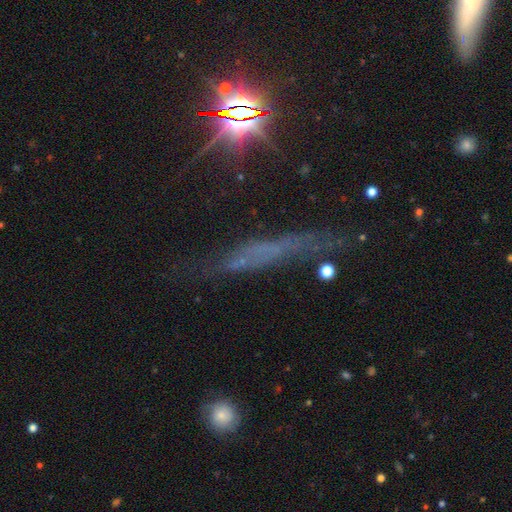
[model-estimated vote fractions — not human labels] A featured or disk galaxy (42%). Merging: none (58%).